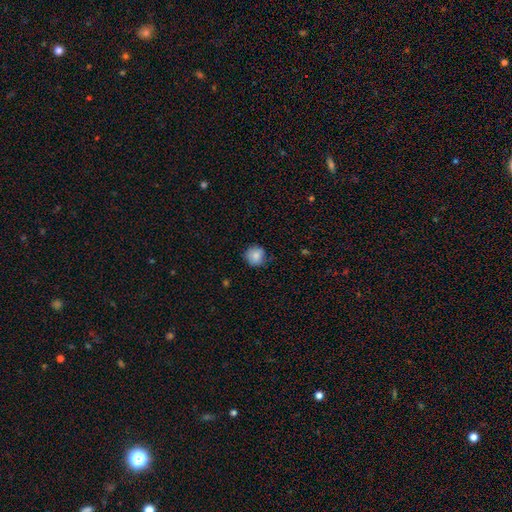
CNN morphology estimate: smooth_or_featured: smooth (p=0.84) [alt: star or artifact p=0.09]
how_rounded: round (p=0.91) [alt: in between p=0.08]
merging: none (p=0.77) [alt: minor disturbance p=0.18]